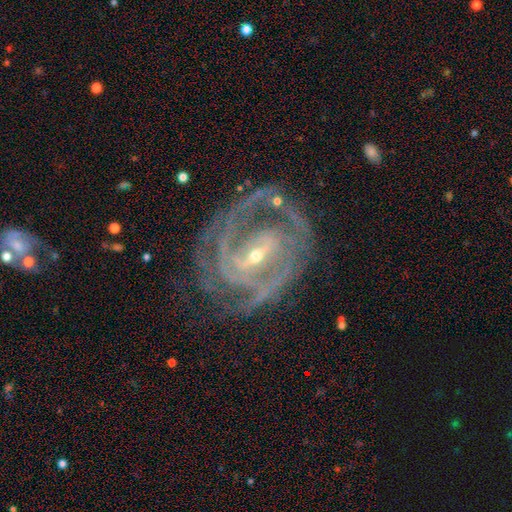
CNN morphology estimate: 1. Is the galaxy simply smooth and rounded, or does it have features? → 89% featured or disk, 6% star or artifact, 4% smooth.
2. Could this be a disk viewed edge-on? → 96% no, 4% yes.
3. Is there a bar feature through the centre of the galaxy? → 48% strong, 35% weak, 17% no.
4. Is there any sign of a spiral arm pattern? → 96% yes, 4% no.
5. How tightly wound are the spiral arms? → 65% tight, 30% medium, 5% loose.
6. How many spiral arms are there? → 36% 2, 23% 3, 19% can't tell, 10% 4, 6% 1, 6% more than 4.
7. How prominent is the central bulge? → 71% small, 25% moderate, 2% large, 1% none, 1% dominant.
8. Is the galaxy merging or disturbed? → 68% none, 18% minor disturbance, 11% major disturbance, 2% merger.